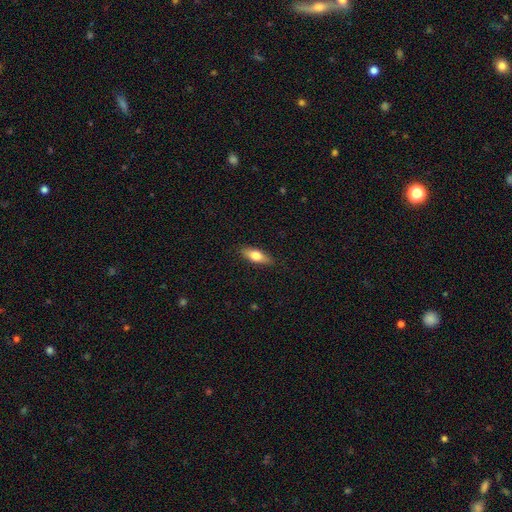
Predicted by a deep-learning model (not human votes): Smooth or featured: smooth — 69% (featured or disk — 25%)
How rounded: in between — 67% (cigar-shaped — 30%)
Merging: none — 88% (minor disturbance — 9%)